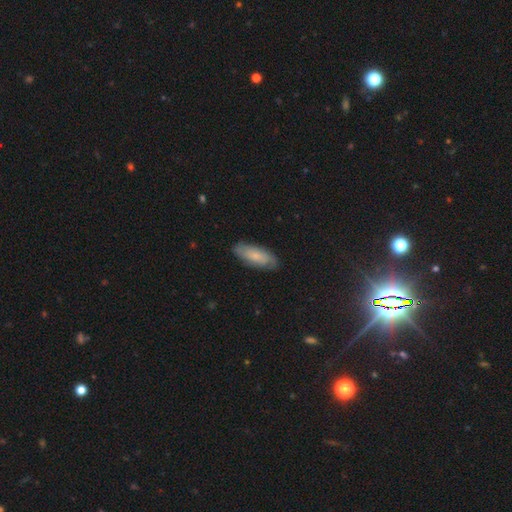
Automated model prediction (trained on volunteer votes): This is likely a smooth galaxy (64%). How rounded: likely in between (76%). Merging: clearly none (81%).